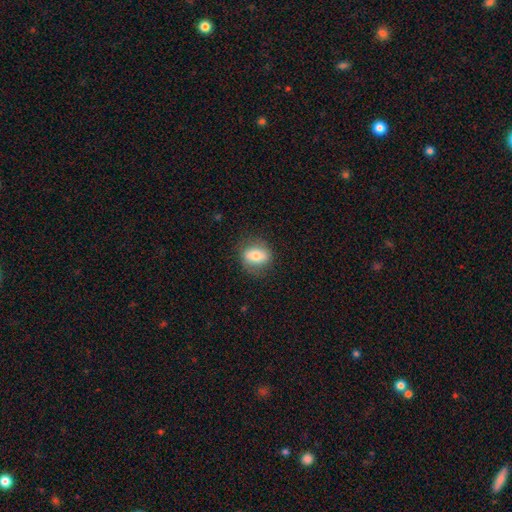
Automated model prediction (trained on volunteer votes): A smooth galaxy with no disk features (72%) that is in between round and cigar-shaped (60%). Merging: none (79%).